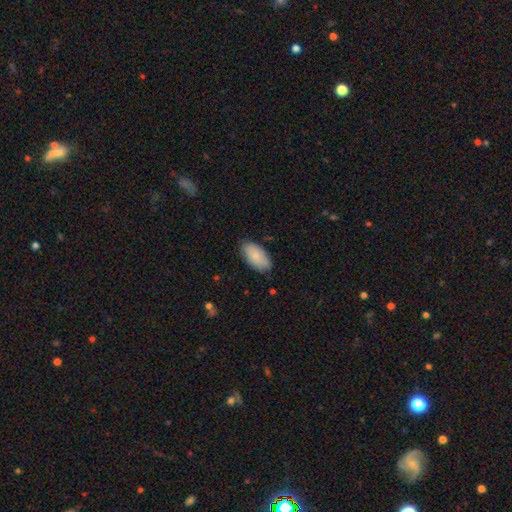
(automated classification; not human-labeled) This is clearly a smooth galaxy (85%). How rounded: clearly in between (95%). Merging: likely none (80%).